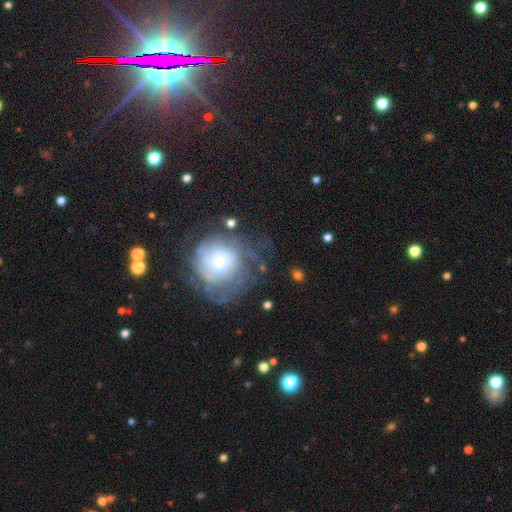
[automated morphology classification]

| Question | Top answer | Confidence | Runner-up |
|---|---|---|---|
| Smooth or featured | featured or disk | 47% | smooth (27%) |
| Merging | none | 66% | minor disturbance (18%) |